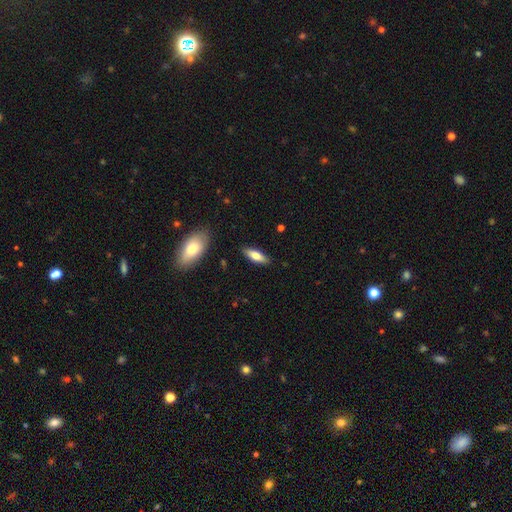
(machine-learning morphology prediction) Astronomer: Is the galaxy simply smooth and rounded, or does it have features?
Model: smooth — 68%.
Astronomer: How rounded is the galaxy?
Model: in between — 52% (runner-up: cigar-shaped, 46%).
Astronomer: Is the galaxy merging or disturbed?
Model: none — 87%.